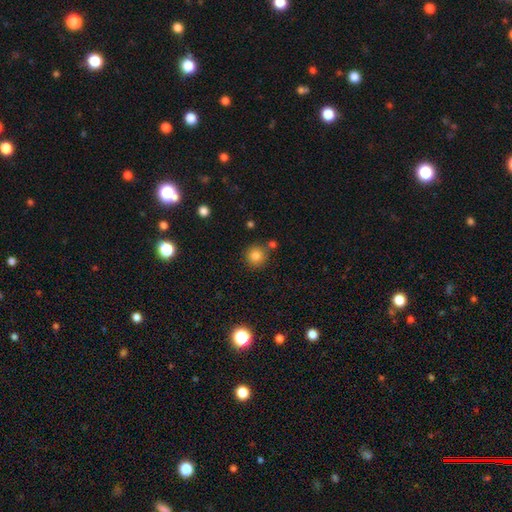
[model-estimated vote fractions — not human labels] The model was most divided on "merging": none: 76%, merger: 12%, minor disturbance: 9%, major disturbance: 3%. More confident: how rounded — round (93%); smooth or featured — smooth (82%).